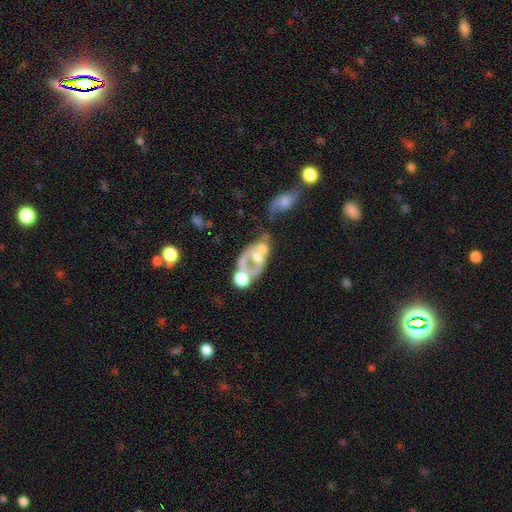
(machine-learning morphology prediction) Q: Smooth or featured?
A: featured or disk (60%); runner-up: smooth (27%)
Q: Edge-on disk?
A: no (95%); runner-up: yes (5%)
Q: Bar?
A: no (85%); runner-up: weak (11%)
Q: Spiral arms?
A: no (78%); runner-up: yes (22%)
Q: Bulge size?
A: moderate (38%); runner-up: none (29%)
Q: Merging?
A: merger (50%); runner-up: none (20%)